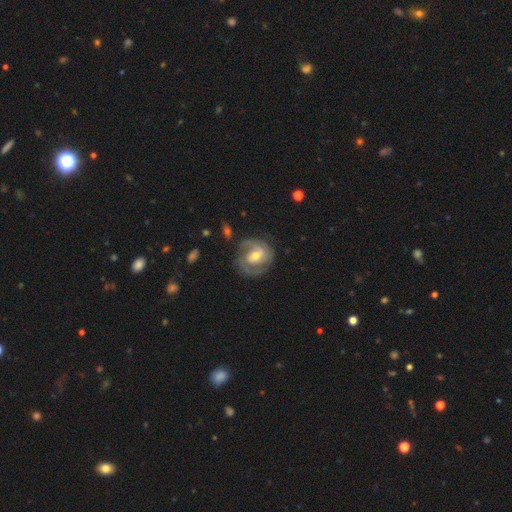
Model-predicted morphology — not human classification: A featured or disk galaxy (79%) with a weak bar (47%), 2 (59%) tight (49%) spiral arms (90%) and a moderate central bulge (67%).

Vote fractions:
- Smooth or featured? featured or disk: 79% / smooth: 15% / star or artifact: 5%
- Edge-on disk? no: 97% / yes: 3%
- Bar? weak: 47% / no: 36% / strong: 17%
- Spiral arms? yes: 90% / no: 10%
- Spiral winding? tight: 49% / medium: 39% / loose: 12%
- Spiral arm count? 2: 59% / can't tell: 17% / 3: 12% / 1: 7% / 4: 2% / more than 4: 2%
- Bulge size? moderate: 67% / small: 25% / large: 6% / none: 1% / dominant: 1%
- Merging? none: 69% / minor disturbance: 19% / major disturbance: 10% / merger: 2%